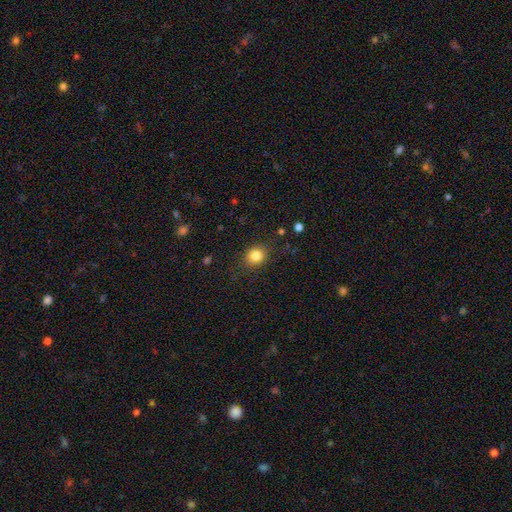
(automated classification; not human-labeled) Morphology: type=smooth (83%); roundness=round (75%); merging=none (83%).